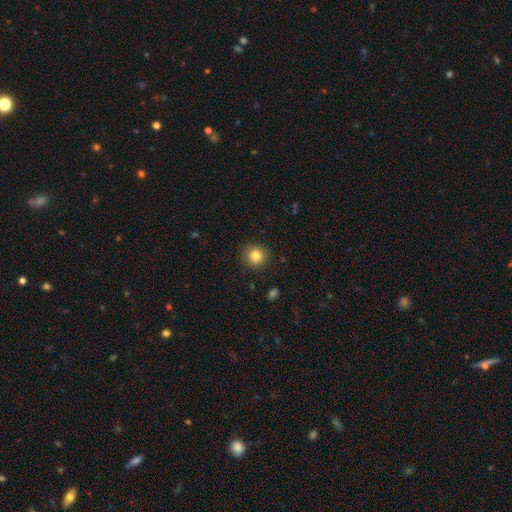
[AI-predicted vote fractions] A smooth galaxy with no disk features (84%) that is round (91%). Merging: none (90%).